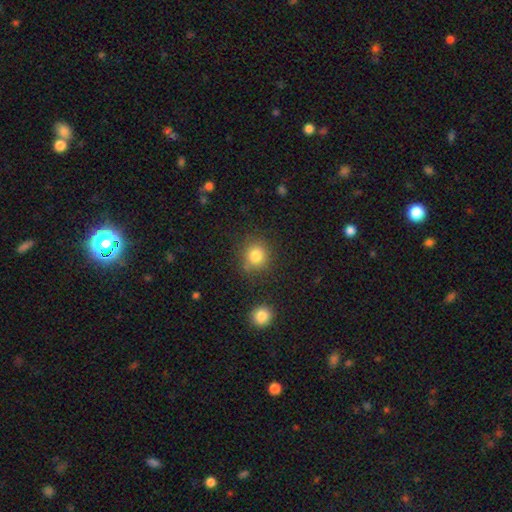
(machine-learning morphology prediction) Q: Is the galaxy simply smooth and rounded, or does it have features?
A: smooth — 83%.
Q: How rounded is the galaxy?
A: round — 86%.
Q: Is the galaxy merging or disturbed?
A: none — 80%.